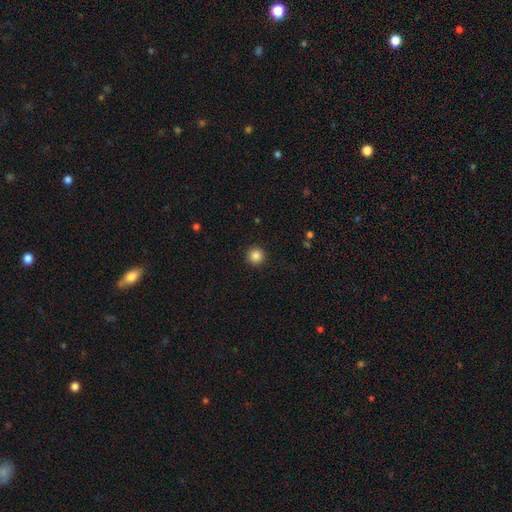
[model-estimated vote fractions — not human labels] A smooth galaxy with no disk features (85%) that is round (96%). Merging: none (93%).